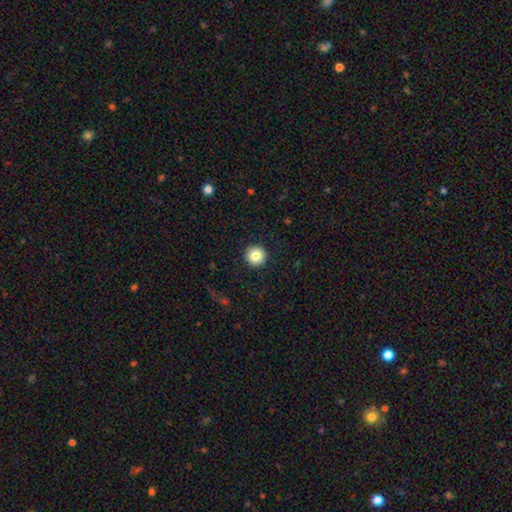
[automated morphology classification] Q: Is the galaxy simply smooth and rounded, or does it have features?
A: smooth — 83%.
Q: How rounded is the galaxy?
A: round — 96%.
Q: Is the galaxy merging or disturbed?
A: none — 93%.